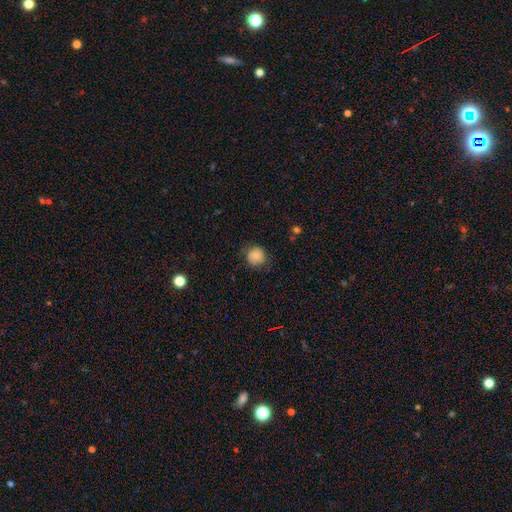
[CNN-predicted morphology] This is clearly a smooth galaxy (82%). How rounded: clearly round (88%). Merging: likely none (73%).